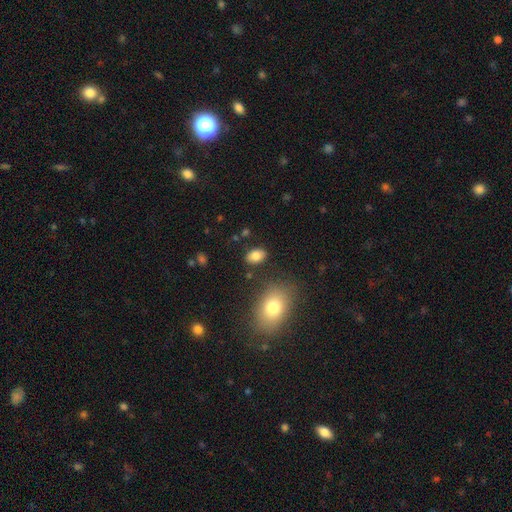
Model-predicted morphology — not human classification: smooth 83%, star or artifact 9%, featured or disk 8%. Down the decision tree: how rounded — in between (86%); merging — none (83%).